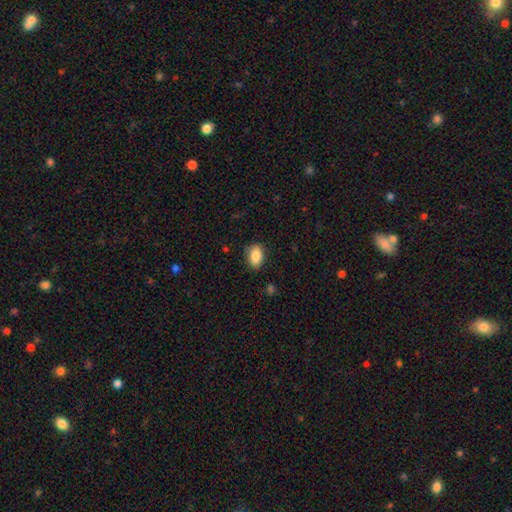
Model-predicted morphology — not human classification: type=smooth (87%); roundness=in between (87%); merging=none (85%).